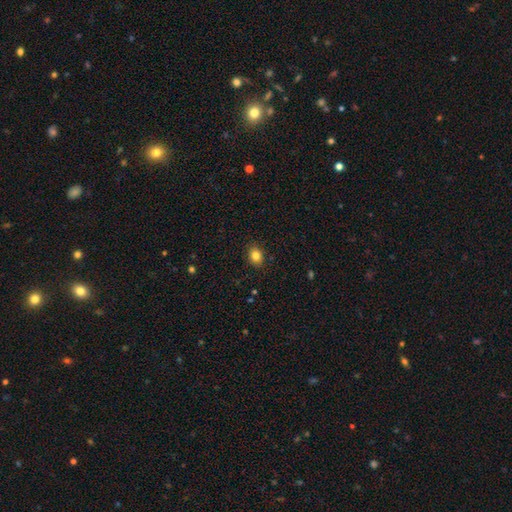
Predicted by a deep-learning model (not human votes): Smooth or featured? Predicted: smooth (p=0.83). How rounded? Predicted: in between (p=0.53). Merging? Predicted: none (p=0.88).